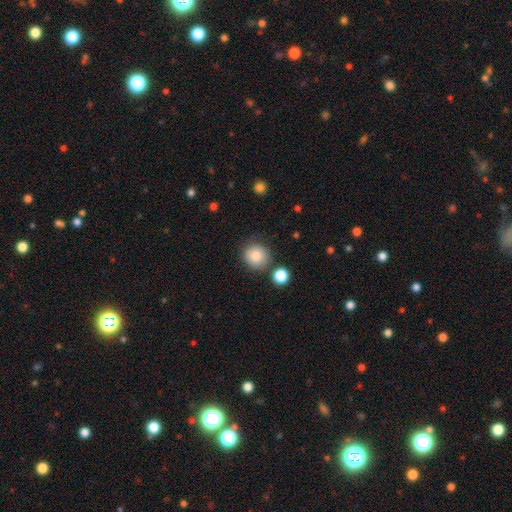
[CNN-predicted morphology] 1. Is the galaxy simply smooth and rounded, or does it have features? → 81% smooth, 10% featured or disk, 10% star or artifact.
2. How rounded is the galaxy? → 91% round, 8% in between, 1% cigar-shaped.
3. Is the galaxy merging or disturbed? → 76% none, 13% minor disturbance, 7% merger, 4% major disturbance.